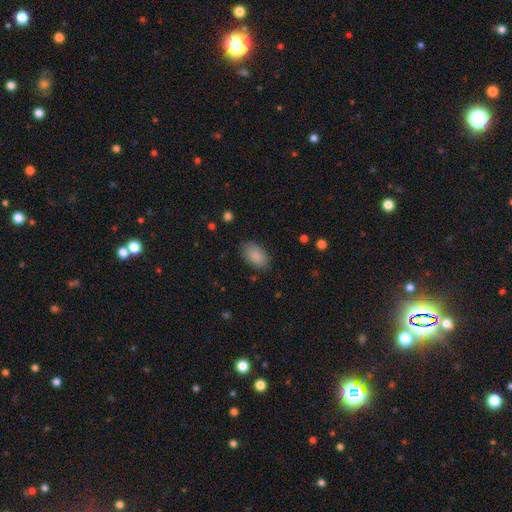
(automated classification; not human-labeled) A smooth galaxy with no disk features (87%) that is in between round and cigar-shaped (93%). Merging: none (83%).